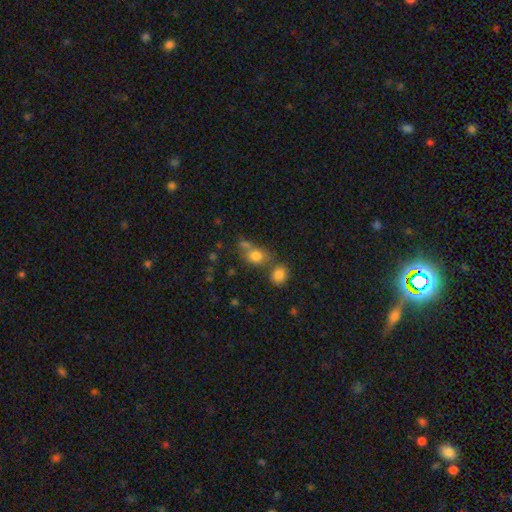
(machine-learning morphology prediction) Smooth or featured? smooth (77%)
How rounded? round (53%)
Merging? none (46%)